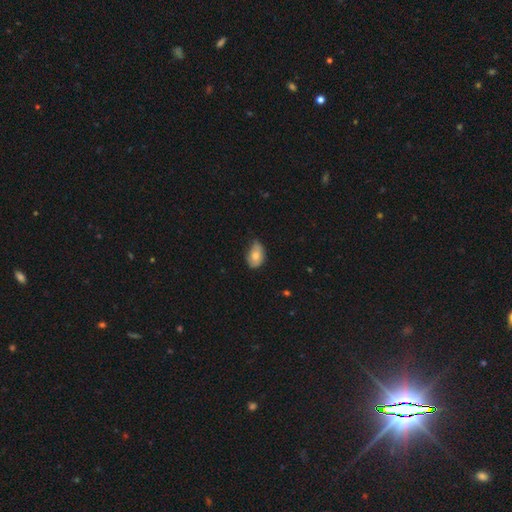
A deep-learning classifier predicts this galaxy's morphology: smooth-or-featured: smooth: 75% | featured or disk: 18% | star or artifact: 7%
  how-rounded: in between: 87% | round: 11% | cigar-shaped: 2%
  merging: none: 49% | minor disturbance: 42% | major disturbance: 7% | merger: 2%